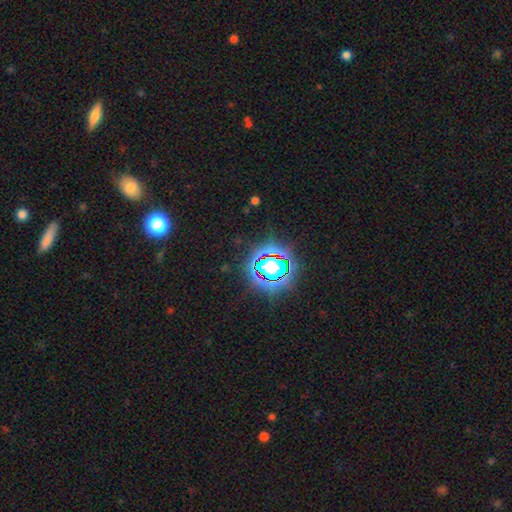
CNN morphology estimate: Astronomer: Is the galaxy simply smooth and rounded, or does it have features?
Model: star or artifact — 75%.